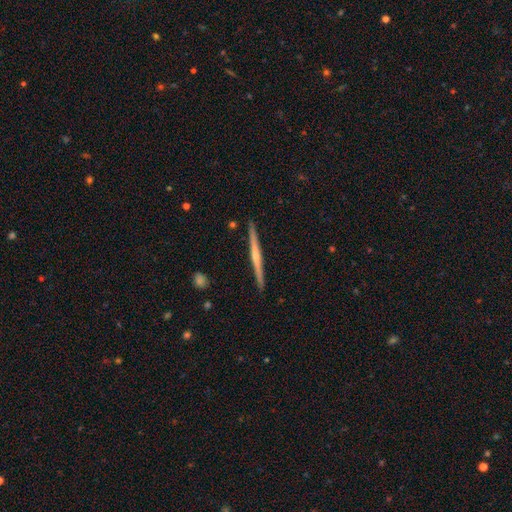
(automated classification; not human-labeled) smooth-or-featured: featured or disk: 68% | smooth: 27% | star or artifact: 5%
  disk-edge-on: yes: 98% | no: 2%
    edge-on-bulge: rounded: 48% | none: 43% | boxy: 8%
  merging: none: 92% | minor disturbance: 6% | major disturbance: 1% | merger: 1%